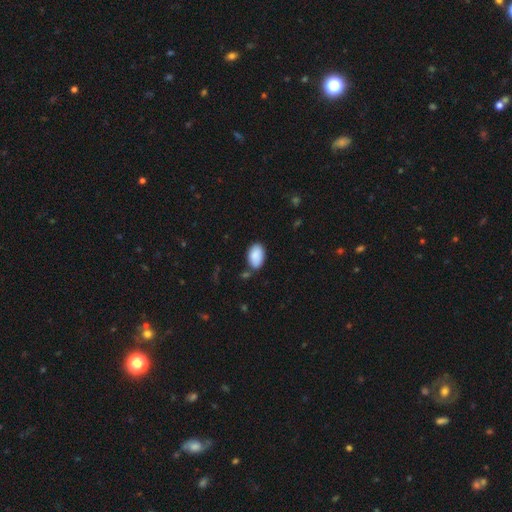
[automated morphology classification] Smooth or featured? Predicted: smooth (p=0.88). How rounded? Predicted: in between (p=0.92). Merging? Predicted: none (p=0.72).